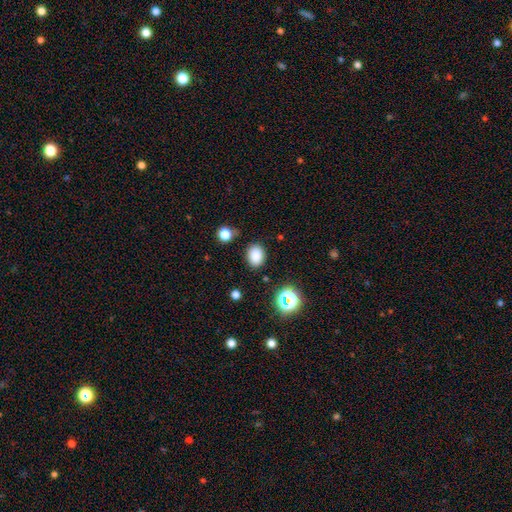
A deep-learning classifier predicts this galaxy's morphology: Smooth or featured? smooth (83%)
How rounded? in between (65%)
Merging? none (84%)